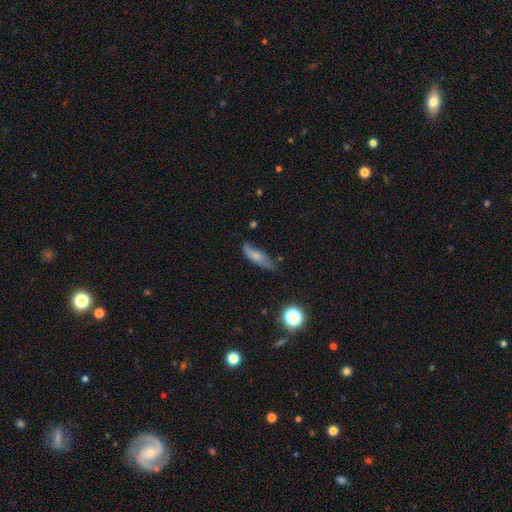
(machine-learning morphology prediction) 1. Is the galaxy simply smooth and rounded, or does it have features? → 66% smooth, 25% featured or disk, 8% star or artifact.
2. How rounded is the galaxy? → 49% in between, 48% cigar-shaped, 3% round.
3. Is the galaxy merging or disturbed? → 50% none, 36% minor disturbance, 11% major disturbance, 4% merger.